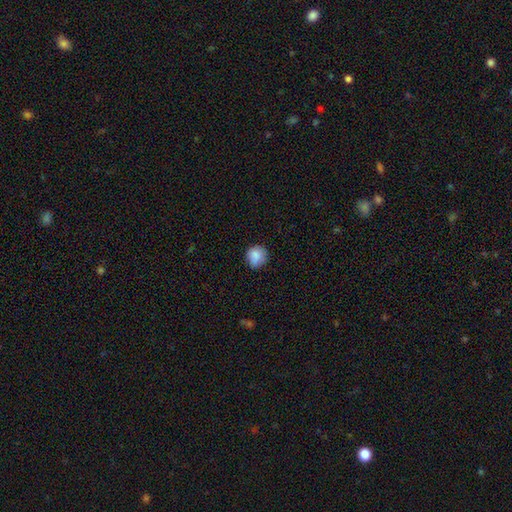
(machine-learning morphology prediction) Smooth or featured? smooth (86%)
How rounded? round (85%)
Merging? none (74%)